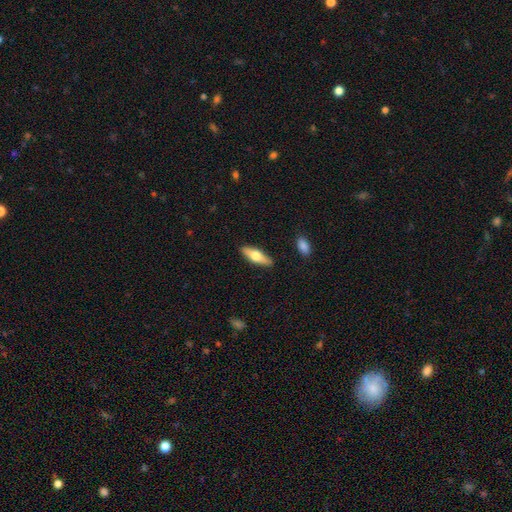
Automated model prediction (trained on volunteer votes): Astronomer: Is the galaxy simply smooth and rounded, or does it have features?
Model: smooth — 57% (runner-up: featured or disk, 38%).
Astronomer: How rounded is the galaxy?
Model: in between — 51% (runner-up: cigar-shaped, 46%).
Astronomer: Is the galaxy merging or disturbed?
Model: none — 88%.